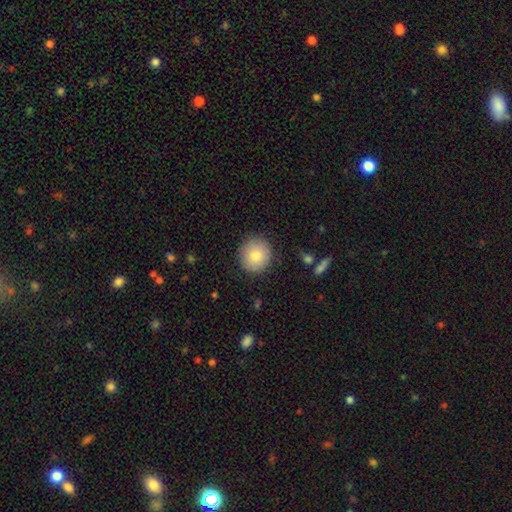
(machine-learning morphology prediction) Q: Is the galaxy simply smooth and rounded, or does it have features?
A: smooth — 82%.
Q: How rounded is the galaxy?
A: round — 93%.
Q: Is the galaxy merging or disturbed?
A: none — 88%.